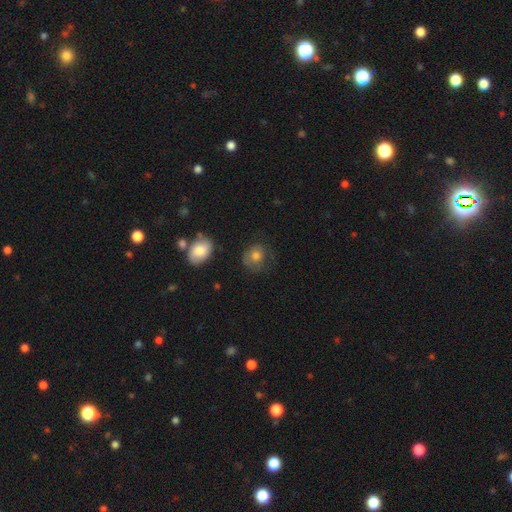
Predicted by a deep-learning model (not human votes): Q: Smooth or featured?
A: smooth (70%); runner-up: featured or disk (20%)
Q: How rounded?
A: round (72%); runner-up: in between (27%)
Q: Merging?
A: none (57%); runner-up: minor disturbance (26%)